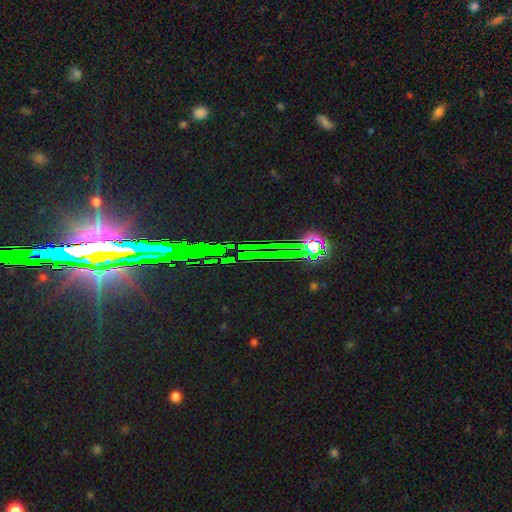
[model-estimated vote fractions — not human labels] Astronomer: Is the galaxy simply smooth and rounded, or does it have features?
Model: star or artifact — 79%.